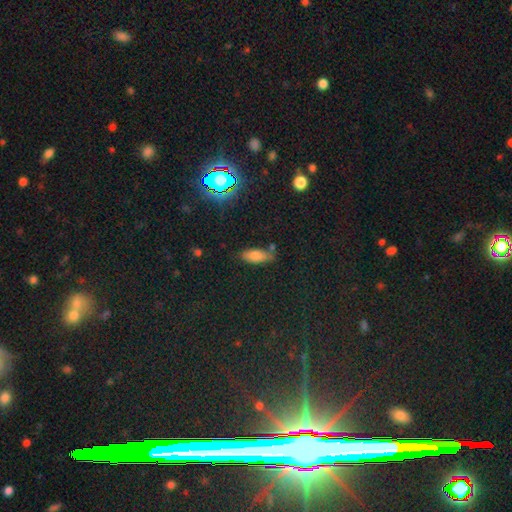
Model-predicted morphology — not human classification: The model was most divided on "merging": none: 71%, minor disturbance: 18%, merger: 6%, major disturbance: 5%. More confident: how rounded — in between (76%); smooth or featured — smooth (74%).